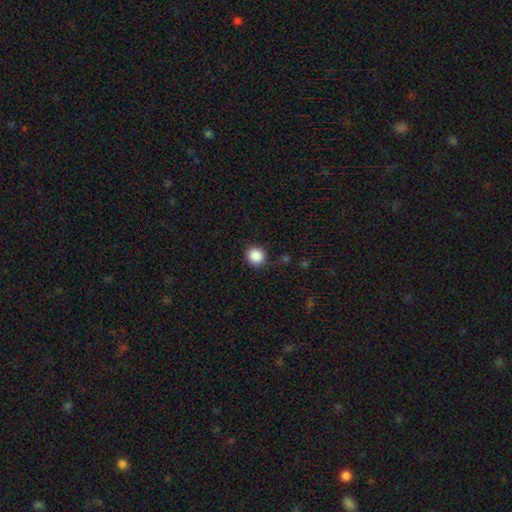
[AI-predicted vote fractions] Smooth or featured?
  - smooth: 88% *
  - star or artifact: 9%
  - featured or disk: 3%
How rounded?
  - round: 84% *
  - in between: 15%
  - cigar-shaped: 1%
Merging?
  - none: 85% *
  - minor disturbance: 10%
  - major disturbance: 3%
  - merger: 1%